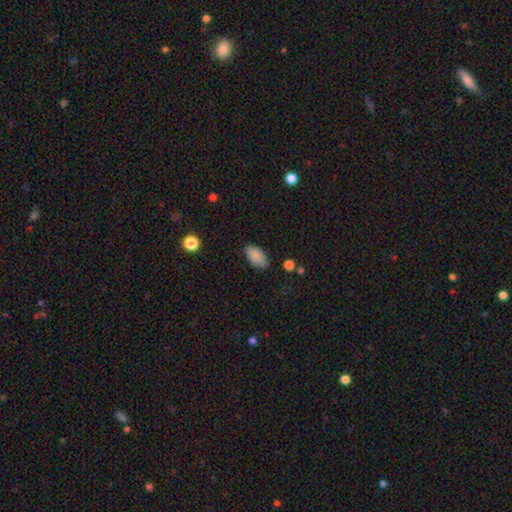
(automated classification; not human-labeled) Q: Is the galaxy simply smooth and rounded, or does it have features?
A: smooth — 87%.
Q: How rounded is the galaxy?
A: in between — 93%.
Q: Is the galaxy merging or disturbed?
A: none — 83%.